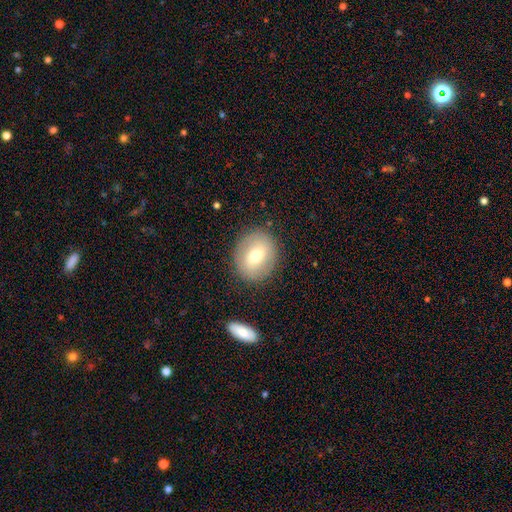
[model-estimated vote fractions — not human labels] Overall: smooth (65%; featured or disk 27%). How rounded: round (65%; in between 34%). Merging: none (85%).